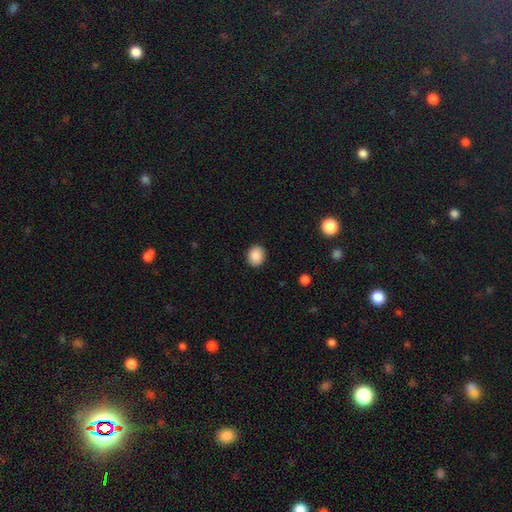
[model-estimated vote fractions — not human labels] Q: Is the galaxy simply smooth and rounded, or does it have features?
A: smooth — 89%.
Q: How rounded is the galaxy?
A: round — 67%.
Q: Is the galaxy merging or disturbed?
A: none — 90%.